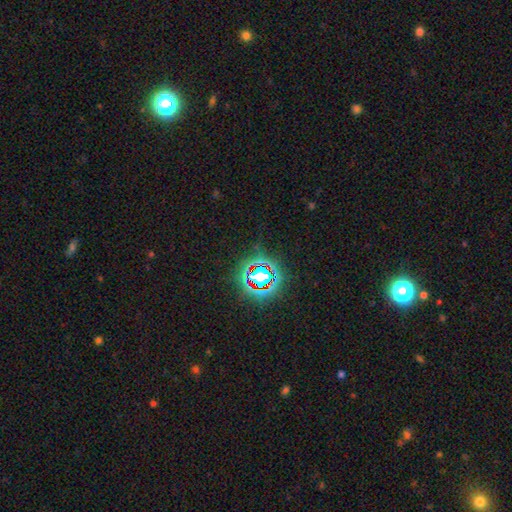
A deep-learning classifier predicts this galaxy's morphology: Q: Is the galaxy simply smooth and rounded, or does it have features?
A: star or artifact — 80%.